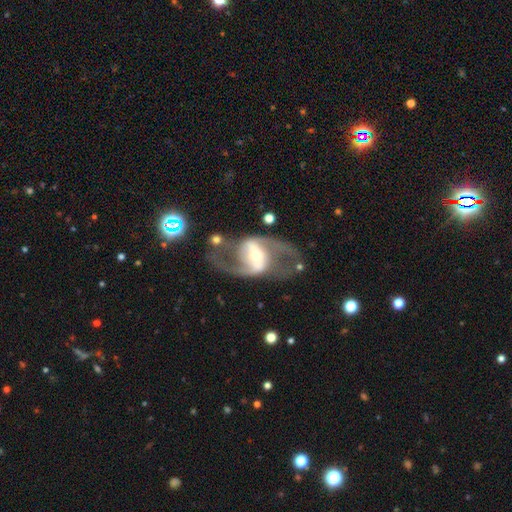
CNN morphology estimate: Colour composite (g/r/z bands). It shows a featured or disk galaxy (88%) with a strong bar (55%), 2 (92%) loose (46%) spiral arms (92%) and a moderate central bulge (51%). Merging: none (65%).